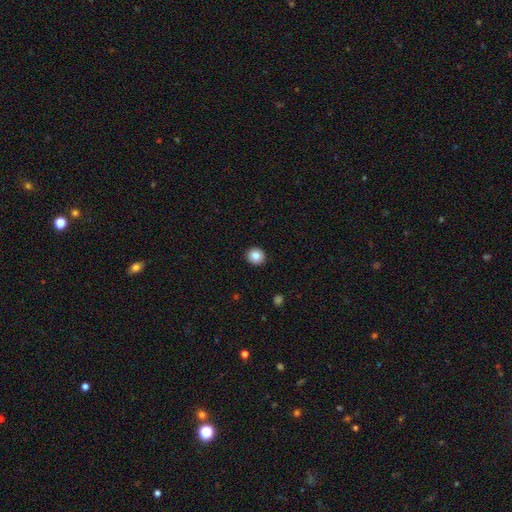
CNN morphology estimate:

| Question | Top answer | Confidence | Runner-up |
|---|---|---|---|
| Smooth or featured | smooth | 85% | star or artifact (9%) |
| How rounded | round | 92% | in between (7%) |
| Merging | none | 93% | minor disturbance (4%) |